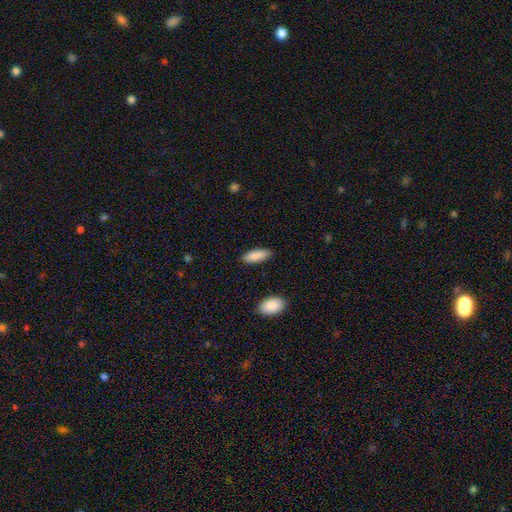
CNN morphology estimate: This appears to be a smooth galaxy with no disk features (89%) that is in between round and cigar-shaped (72%). Merging: none (87%).